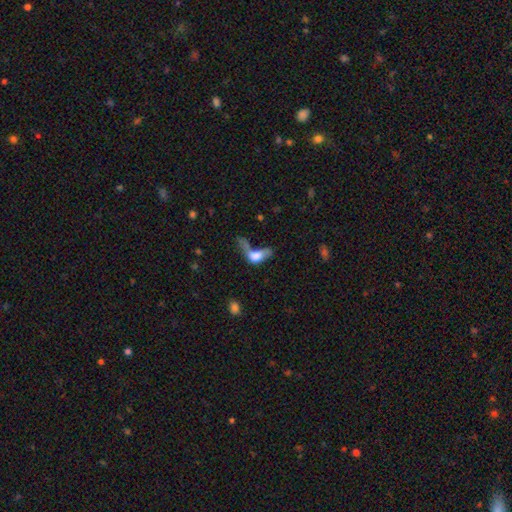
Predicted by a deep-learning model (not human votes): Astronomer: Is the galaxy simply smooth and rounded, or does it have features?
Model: smooth — 64%.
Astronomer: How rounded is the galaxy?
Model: in between — 78%.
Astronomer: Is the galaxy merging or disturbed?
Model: major disturbance — 39% (runner-up: merger, 36%).